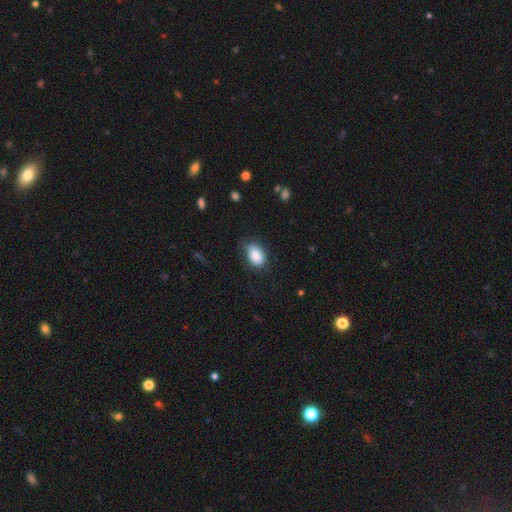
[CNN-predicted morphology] This is clearly a smooth galaxy (86%). How rounded: clearly in between (86%). Merging: likely none (68%).